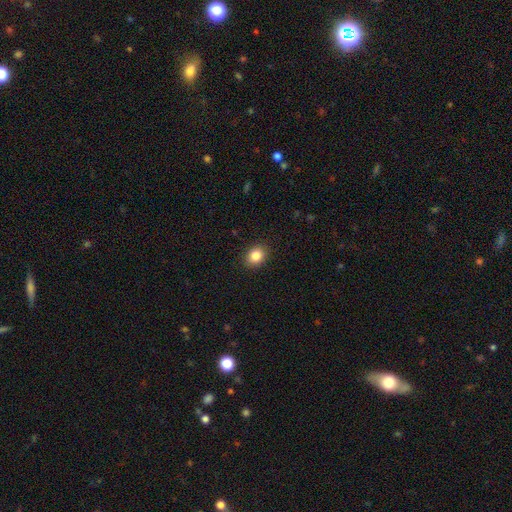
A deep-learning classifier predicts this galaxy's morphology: Q: Smooth or featured?
A: smooth (85%); runner-up: star or artifact (10%)
Q: How rounded?
A: round (53%); runner-up: in between (46%)
Q: Merging?
A: none (89%); runner-up: minor disturbance (8%)